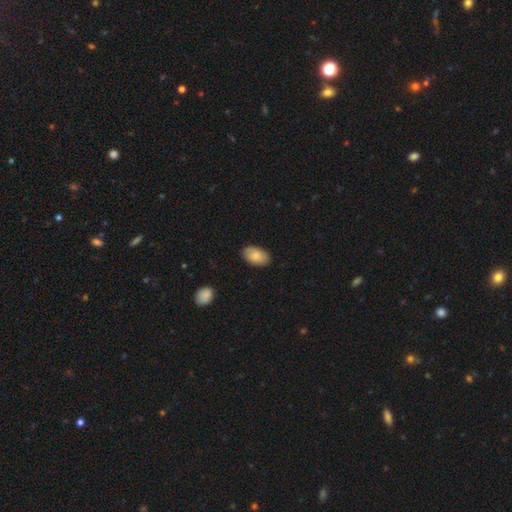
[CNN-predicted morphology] The model was most divided on "smooth or featured": smooth: 82%, featured or disk: 12%, star or artifact: 6%. More confident: how rounded — in between (93%); merging — none (85%).